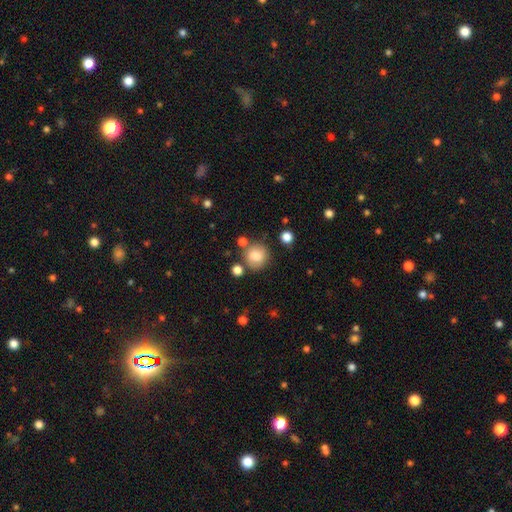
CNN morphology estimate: Smooth or featured? smooth (82%)
How rounded? round (90%)
Merging? none (78%)